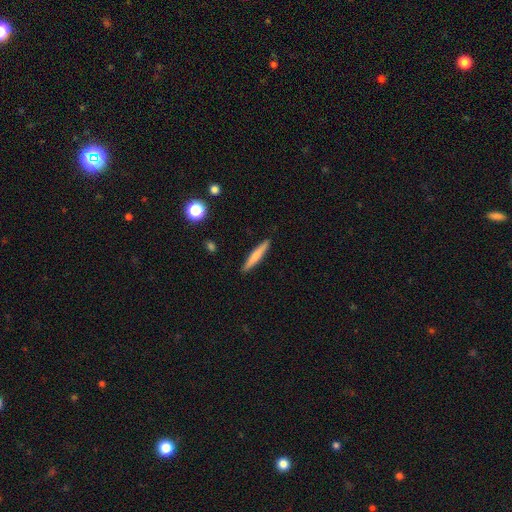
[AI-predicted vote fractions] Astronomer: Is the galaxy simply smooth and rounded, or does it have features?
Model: smooth — 67%.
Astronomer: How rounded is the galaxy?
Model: cigar-shaped — 93%.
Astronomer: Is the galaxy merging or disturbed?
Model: none — 90%.